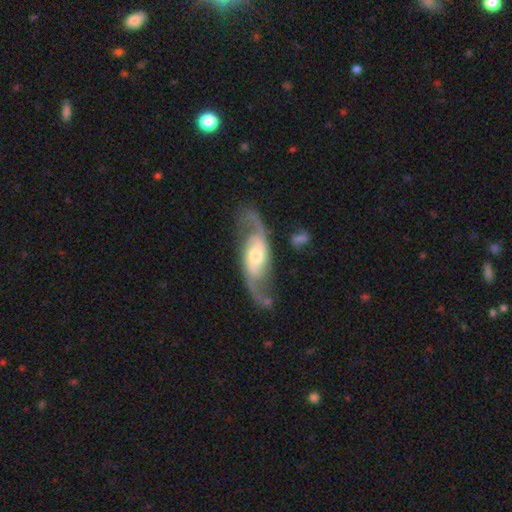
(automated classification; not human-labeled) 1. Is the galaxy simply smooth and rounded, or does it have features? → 87% featured or disk, 8% smooth, 5% star or artifact.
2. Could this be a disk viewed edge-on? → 93% no, 7% yes.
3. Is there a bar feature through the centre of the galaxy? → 48% no, 35% weak, 17% strong.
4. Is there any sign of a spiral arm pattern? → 96% yes, 4% no.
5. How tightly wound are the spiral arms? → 48% loose, 40% medium, 13% tight.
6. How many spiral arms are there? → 91% 2, 3% can't tell, 2% 1, 1% 3, 1% 4, 1% more than 4.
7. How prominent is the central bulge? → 56% moderate, 33% small, 8% large, 1% dominant, 1% none.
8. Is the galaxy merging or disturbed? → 73% none, 15% minor disturbance, 9% major disturbance, 3% merger.